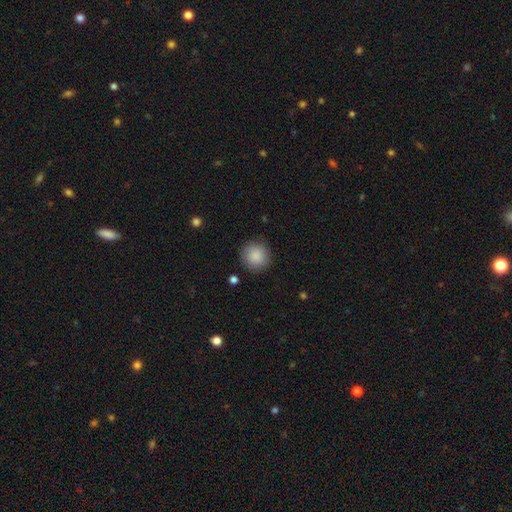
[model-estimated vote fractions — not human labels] smooth-or-featured: smooth: 89% | star or artifact: 7% | featured or disk: 4%
  how-rounded: round: 94% | in between: 5% | cigar-shaped: 1%
  merging: none: 88% | minor disturbance: 8% | major disturbance: 2% | merger: 1%